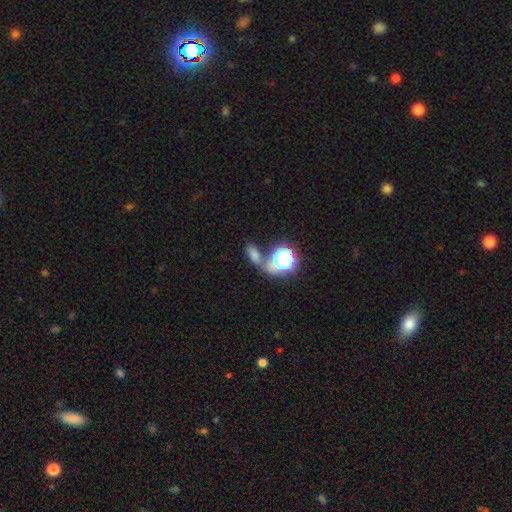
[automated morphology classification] Overall: smooth (55%; star or artifact 32%). How rounded: in between (62%; round 30%). Merging: none (47%; merger 33%).